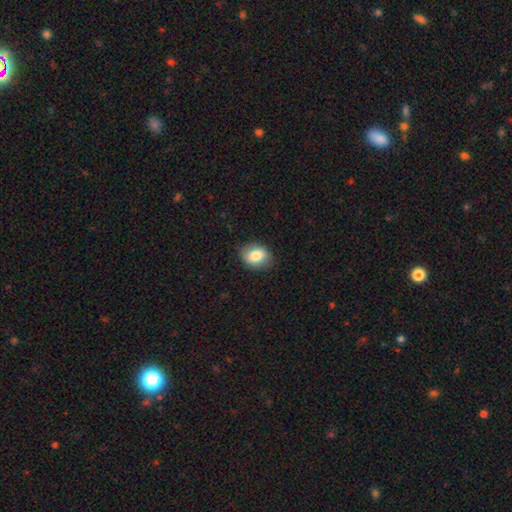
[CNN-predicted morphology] The model was most divided on "how rounded": in between: 60%, round: 39%, cigar-shaped: 1%. More confident: merging — none (83%); smooth or featured — smooth (78%).